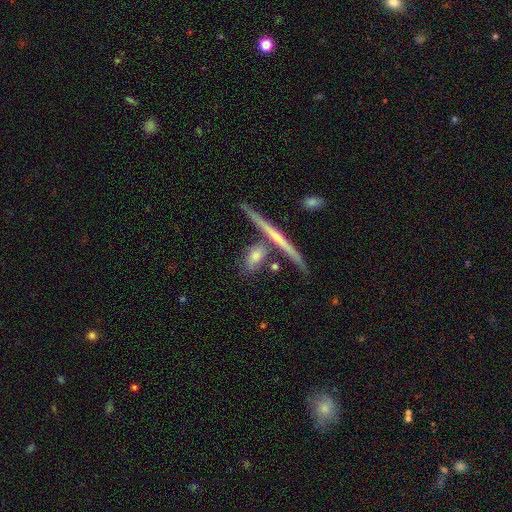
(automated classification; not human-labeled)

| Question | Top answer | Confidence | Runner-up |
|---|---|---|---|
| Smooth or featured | smooth | 55% | featured or disk (37%) |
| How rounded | cigar-shaped | 51% | in between (35%) |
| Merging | none | 61% | merger (19%) |